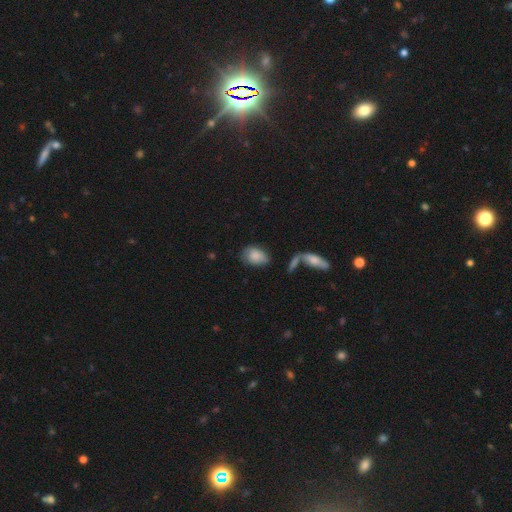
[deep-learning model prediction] This appears to be a smooth galaxy with no disk features (79%) that is in between round and cigar-shaped (80%). Merging: none (58%).